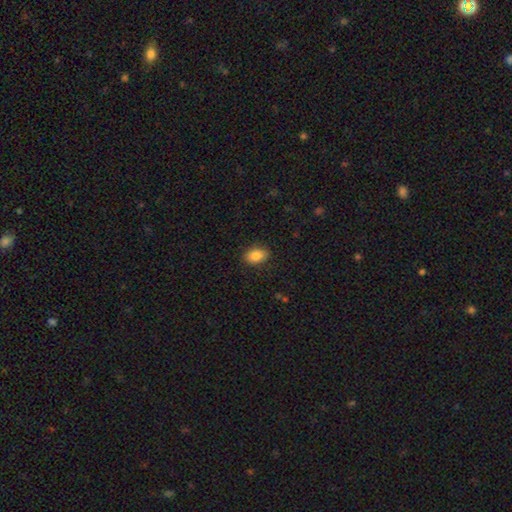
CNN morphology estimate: Smooth or featured: smooth — 86% (star or artifact — 8%)
How rounded: in between — 85% (round — 14%)
Merging: none — 87% (minor disturbance — 9%)